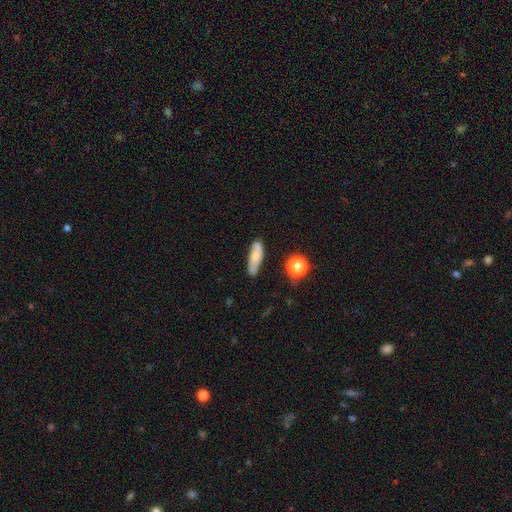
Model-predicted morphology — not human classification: This is likely a smooth galaxy (68%). How rounded: possibly in between (51%). Merging: likely none (72%).